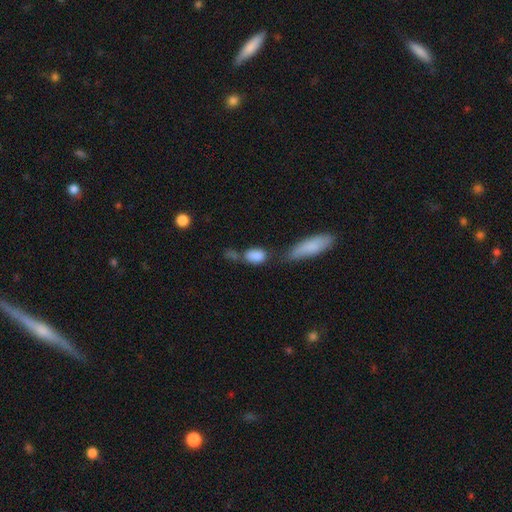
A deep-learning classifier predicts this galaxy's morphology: A smooth galaxy with no disk features (84%) that is in between round and cigar-shaped (84%). Merging: none (44%).